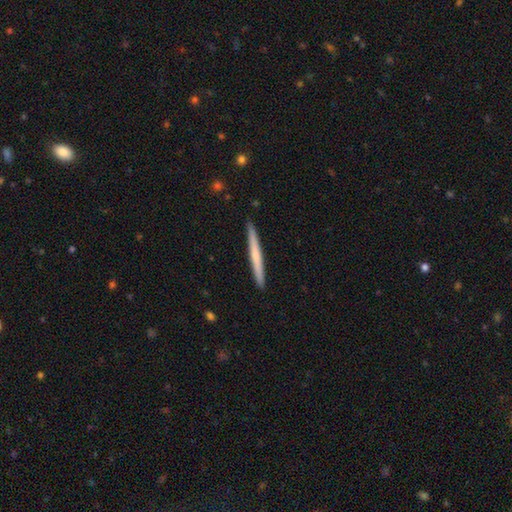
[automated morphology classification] smooth-or-featured: smooth: 53% | featured or disk: 42% | star or artifact: 5%
  how-rounded: cigar-shaped: 97% | in between: 2% | round: 1%
  merging: none: 92% | minor disturbance: 6% | major disturbance: 1% | merger: 1%